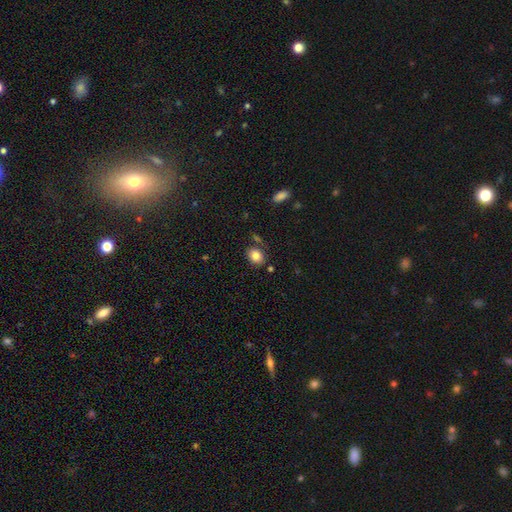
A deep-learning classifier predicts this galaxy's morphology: A smooth galaxy with no disk features (83%) that is in between round and cigar-shaped (53%). Merging: none (76%).